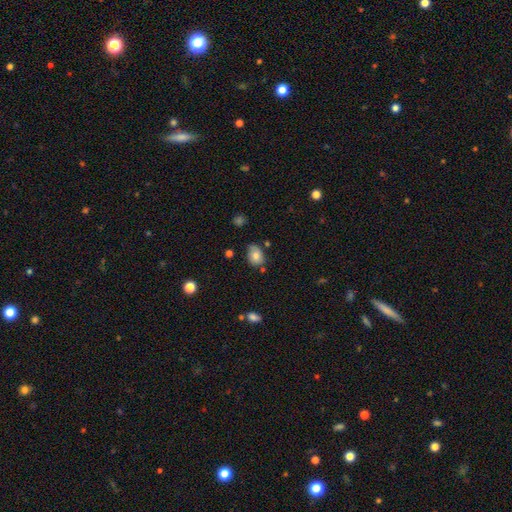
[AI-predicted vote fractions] Smooth or featured?
  - smooth: 75% *
  - featured or disk: 16%
  - star or artifact: 9%
How rounded?
  - in between: 70% *
  - round: 29%
  - cigar-shaped: 1%
Merging?
  - none: 66% *
  - minor disturbance: 24%
  - merger: 5%
  - major disturbance: 5%